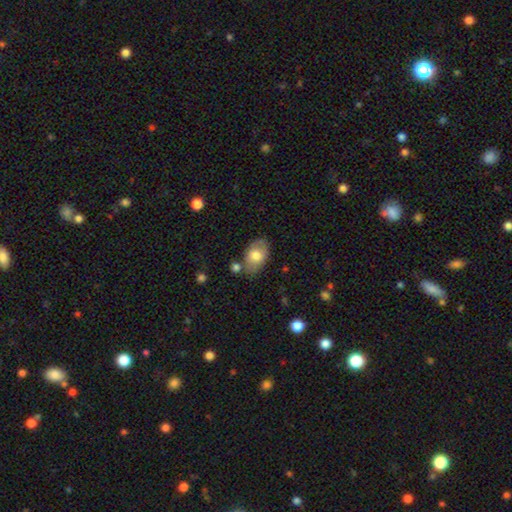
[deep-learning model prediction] The model was most divided on "smooth or featured": smooth: 70%, featured or disk: 23%, star or artifact: 7%. More confident: how rounded — in between (88%); merging — none (68%).